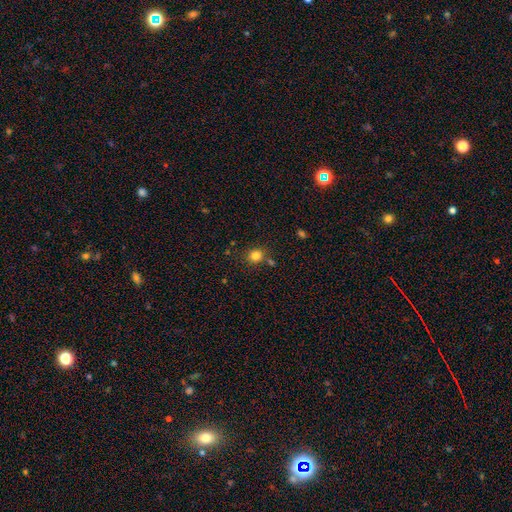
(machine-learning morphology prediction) Q: Smooth or featured?
A: smooth (82%); runner-up: star or artifact (13%)
Q: How rounded?
A: round (85%); runner-up: in between (14%)
Q: Merging?
A: none (77%); runner-up: minor disturbance (10%)